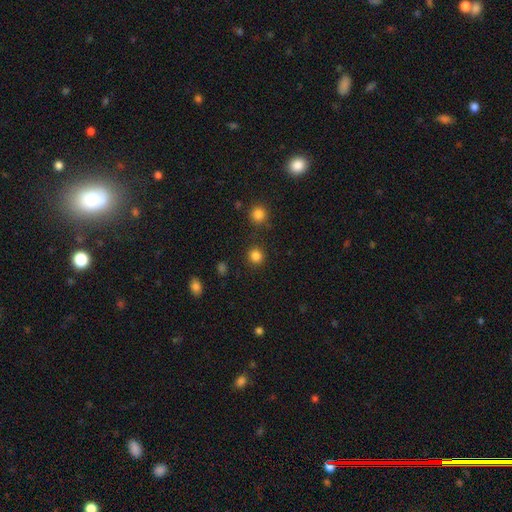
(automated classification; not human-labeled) smooth-or-featured: smooth: 84% | star or artifact: 13% | featured or disk: 4%
  how-rounded: round: 92% | in between: 7% | cigar-shaped: 1%
  merging: none: 89% | minor disturbance: 6% | merger: 3% | major disturbance: 3%